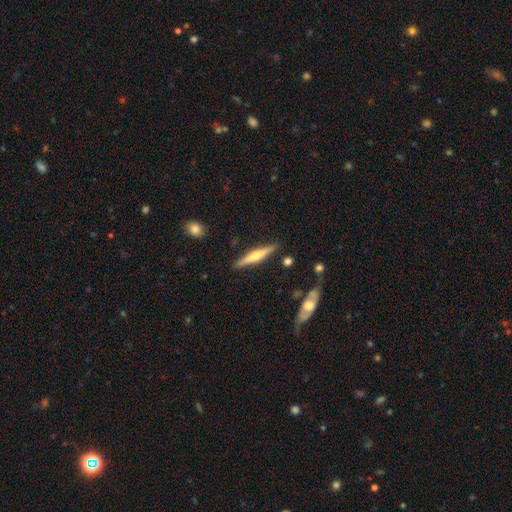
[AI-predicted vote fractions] smooth-or-featured: featured or disk: 54% | smooth: 40% | star or artifact: 6%
  disk-edge-on: yes: 97% | no: 3%
    edge-on-bulge: rounded: 77% | none: 14% | boxy: 9%
  merging: none: 89% | minor disturbance: 8% | merger: 2% | major disturbance: 2%